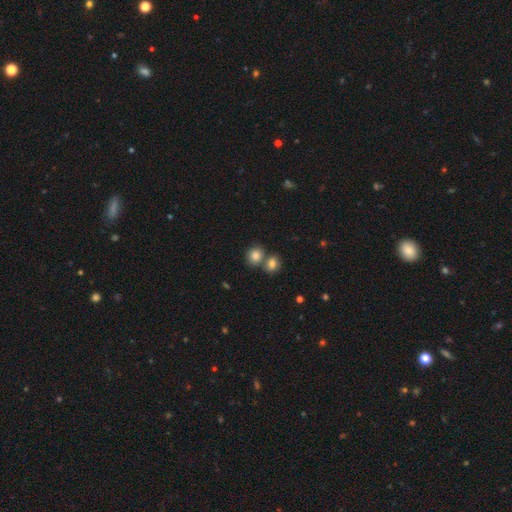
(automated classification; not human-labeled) Smooth or featured?
  - smooth: 83% *
  - star or artifact: 10%
  - featured or disk: 7%
How rounded?
  - round: 67% *
  - in between: 32%
  - cigar-shaped: 1%
Merging?
  - none: 48% *
  - merger: 41%
  - minor disturbance: 9%
  - major disturbance: 3%